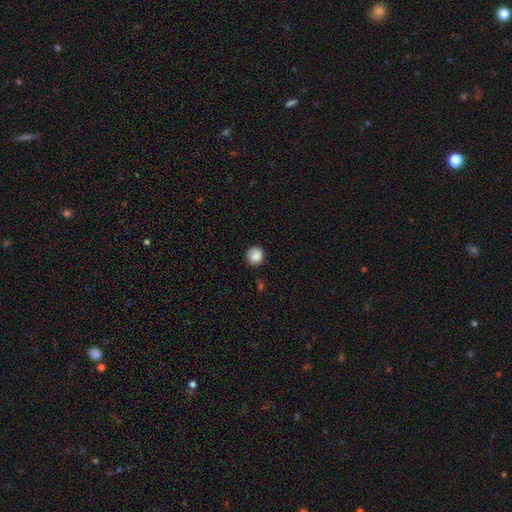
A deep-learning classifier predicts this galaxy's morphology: type=smooth (87%); roundness=round (90%); merging=none (82%).